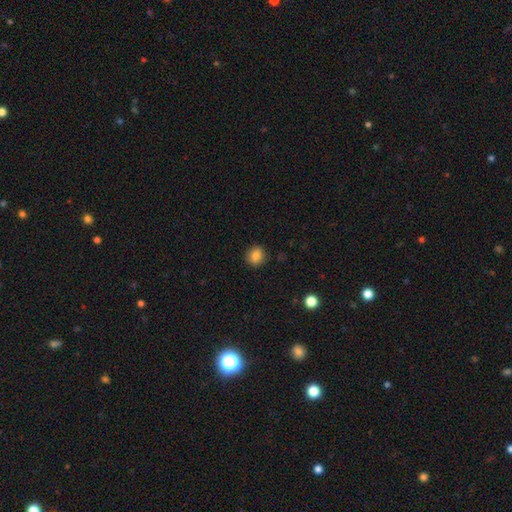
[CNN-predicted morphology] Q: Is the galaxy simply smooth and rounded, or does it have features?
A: smooth — 84%.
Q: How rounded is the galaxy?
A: round — 85%.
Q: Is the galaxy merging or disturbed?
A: none — 90%.